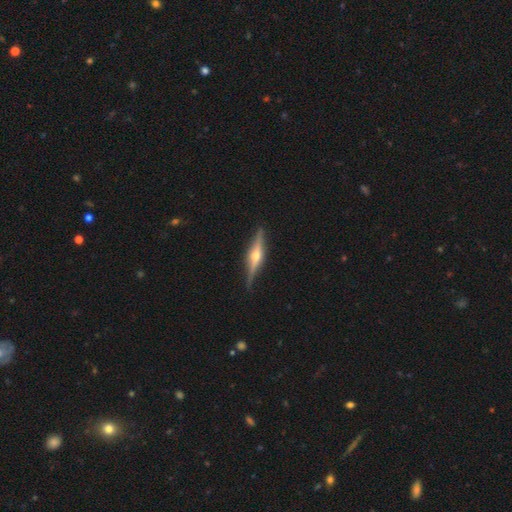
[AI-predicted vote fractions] This appears to be a featured or disk galaxy (80%) viewed edge-on (97%) with a rounded central bulge (92%). Merging: none (88%).